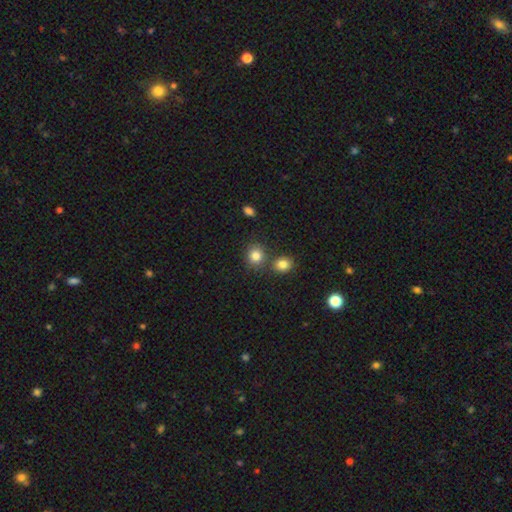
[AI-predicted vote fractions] smooth-or-featured: smooth: 82% | star or artifact: 12% | featured or disk: 6%
  how-rounded: round: 81% | in between: 18% | cigar-shaped: 1%
  merging: none: 69% | merger: 18% | minor disturbance: 9% | major disturbance: 3%